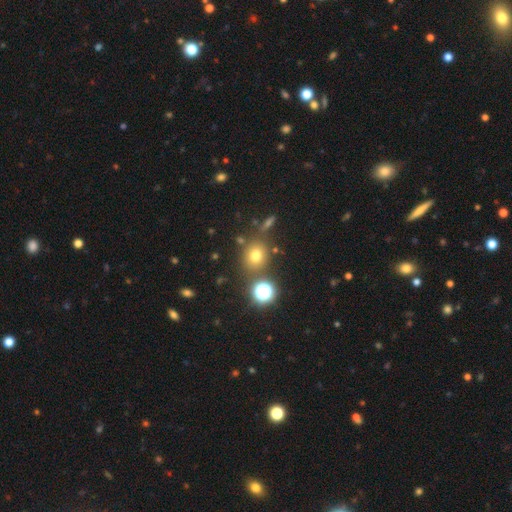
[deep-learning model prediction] A smooth galaxy with no disk features (71%) that is round (79%). Merging: none (78%).